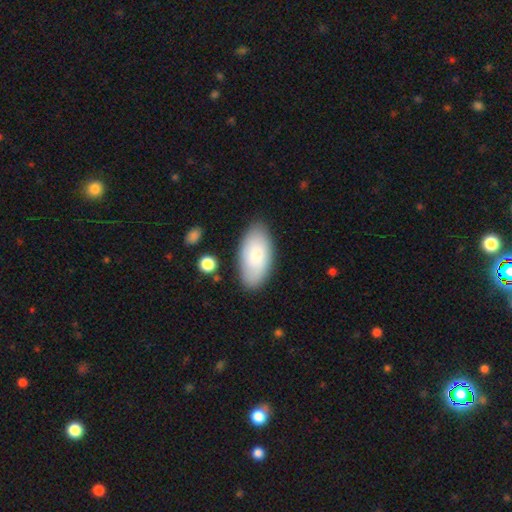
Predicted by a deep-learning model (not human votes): A smooth galaxy with no disk features (78%) that is in between round and cigar-shaped (94%). Merging: none (83%).